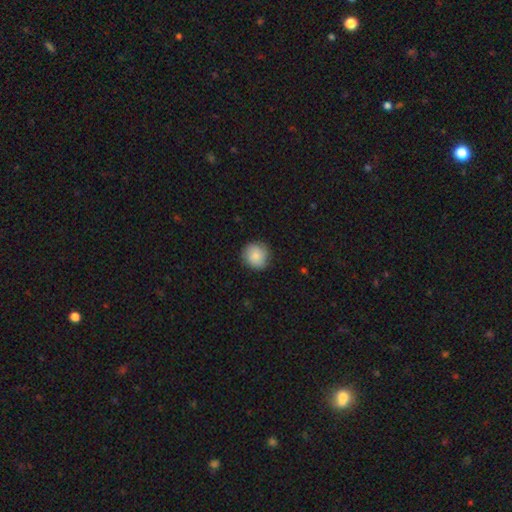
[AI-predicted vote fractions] This appears to be a smooth galaxy with no disk features (82%) that is round (91%). Merging: none (84%).